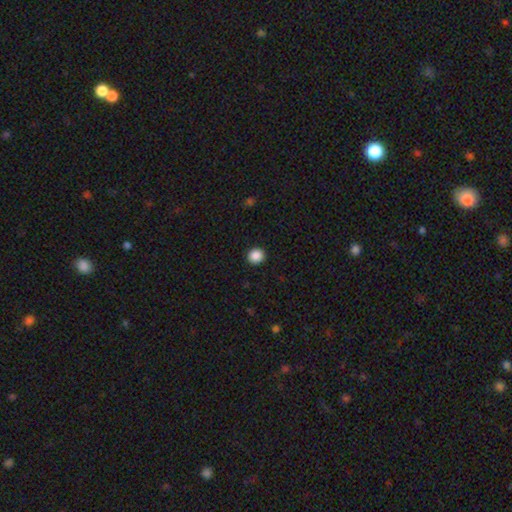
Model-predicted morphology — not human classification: A smooth galaxy with no disk features (88%) that is round (90%).

Vote fractions:
- Smooth or featured? smooth: 88% / star or artifact: 9% / featured or disk: 3%
- How rounded? round: 90% / in between: 10% / cigar-shaped: 1%
- Merging? none: 93% / minor disturbance: 5% / major disturbance: 2% / merger: 1%